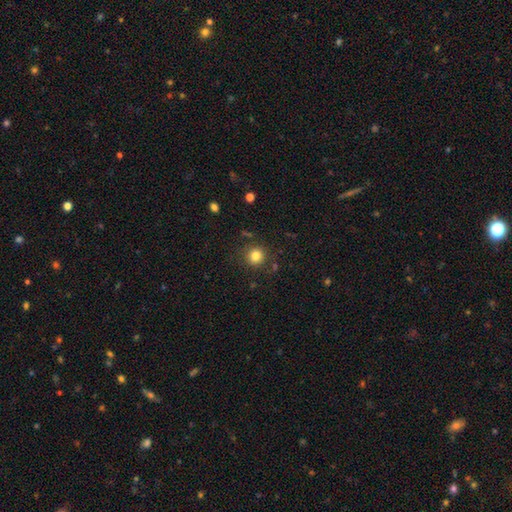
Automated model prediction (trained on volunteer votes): This appears to be a smooth galaxy with no disk features (81%) that is round (90%). Merging: none (85%).